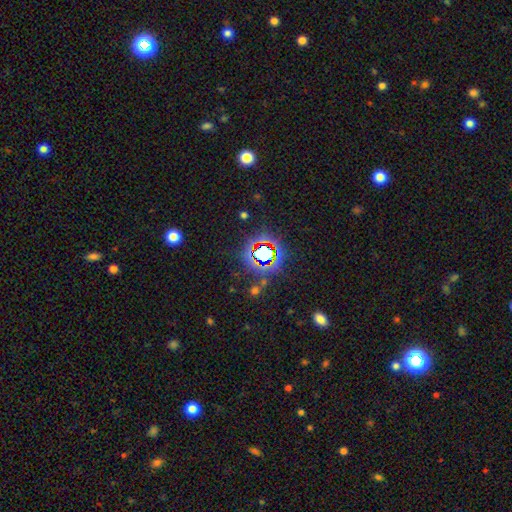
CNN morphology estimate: This is likely a star or artifact rather than a galaxy (79%).